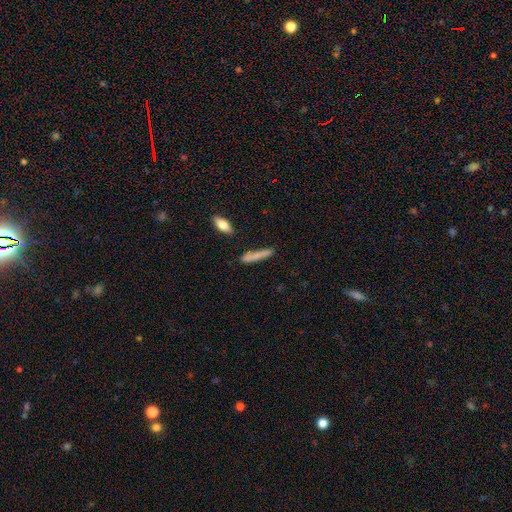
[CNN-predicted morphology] Smooth or featured: smooth — 76% (featured or disk — 17%)
How rounded: cigar-shaped — 90% (in between — 8%)
Merging: none — 76% (minor disturbance — 16%)